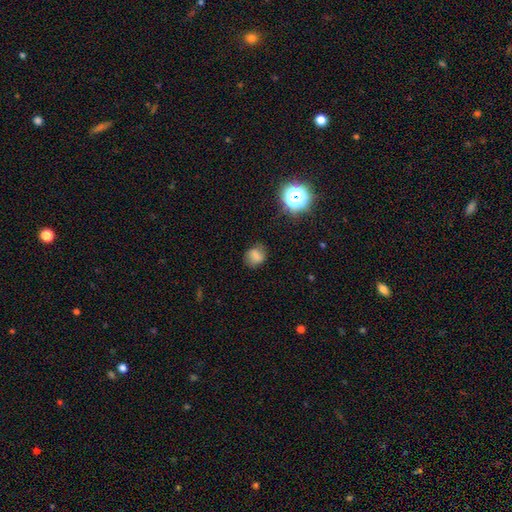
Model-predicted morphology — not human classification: smooth-or-featured: smooth: 72% | star or artifact: 15% | featured or disk: 13%
  how-rounded: round: 59% | in between: 39% | cigar-shaped: 1%
  merging: none: 73% | minor disturbance: 19% | major disturbance: 6% | merger: 2%